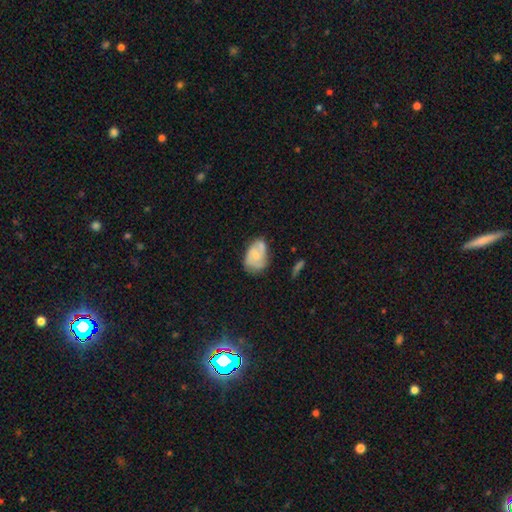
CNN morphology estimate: Overall: featured or disk (57%; smooth 36%). Edge-on disk: no (97%). Bar: no (69%). Spiral arms: yes (85%). Bulge size: small (60%; moderate 25%). Merging: none (56%; minor disturbance 29%).